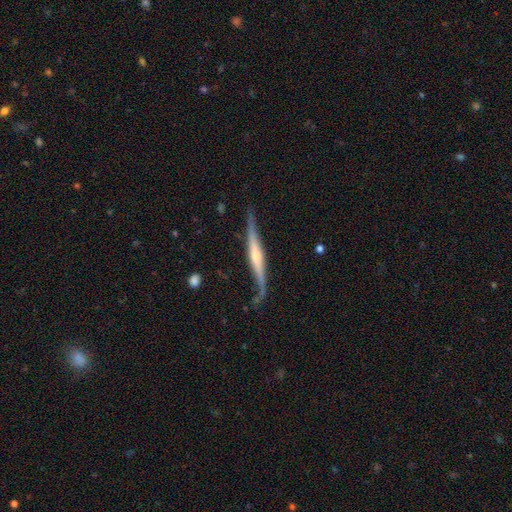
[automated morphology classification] Overall: featured or disk (82%). Edge-on disk: yes (90%). Edge-on bulge: rounded (83%). Merging: none (68%).